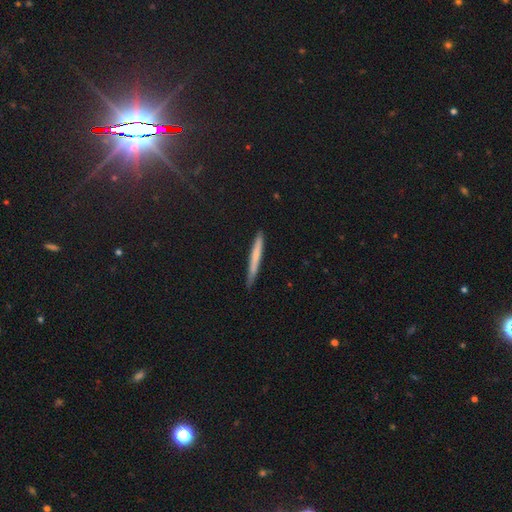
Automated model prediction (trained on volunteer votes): smooth-or-featured: smooth: 64% | featured or disk: 29% | star or artifact: 7%
  how-rounded: cigar-shaped: 97% | in between: 2% | round: 1%
  merging: none: 87% | minor disturbance: 10% | major disturbance: 2% | merger: 1%